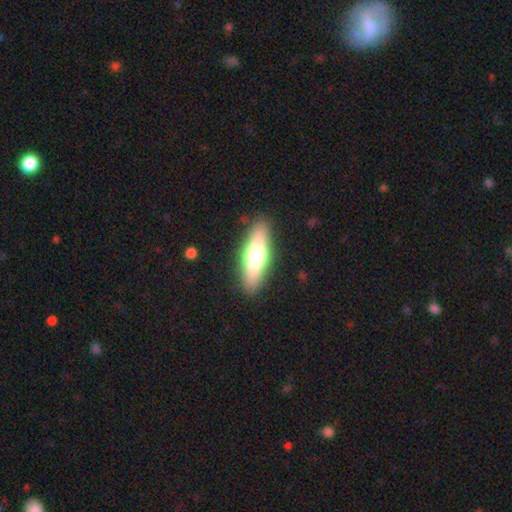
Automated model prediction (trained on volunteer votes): smooth 55%, featured or disk 37%, star or artifact 8%. Down the decision tree: how rounded — in between (51%); merging — none (87%).